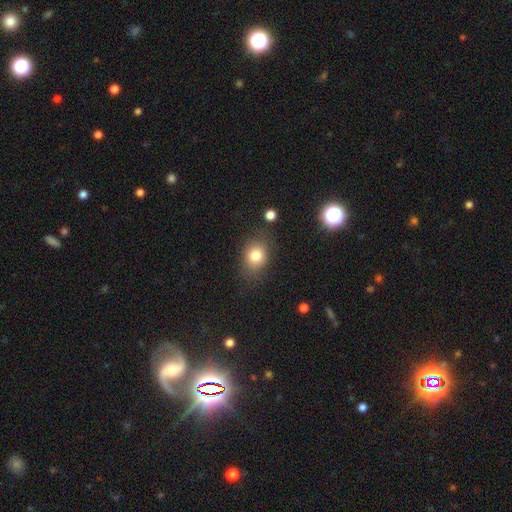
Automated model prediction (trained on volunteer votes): This appears to be a smooth galaxy with no disk features (79%) that is round (50%). Merging: none (77%).